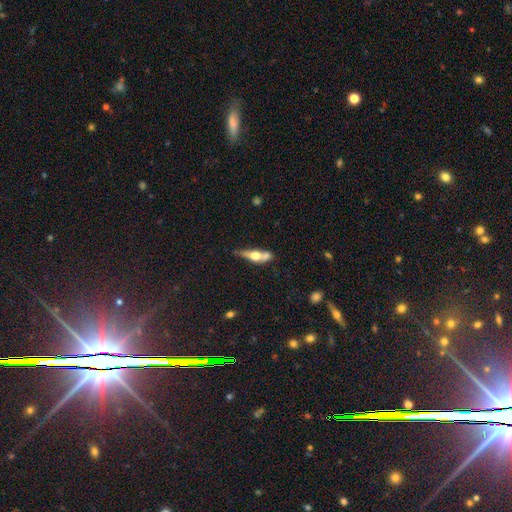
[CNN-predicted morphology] Q: Smooth or featured?
A: featured or disk (49%); runner-up: smooth (42%)
Q: Merging?
A: merger (38%); runner-up: none (37%)